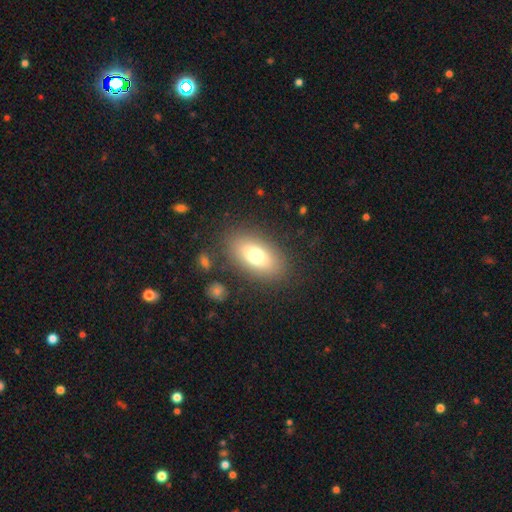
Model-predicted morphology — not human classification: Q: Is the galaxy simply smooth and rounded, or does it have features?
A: smooth — 72%.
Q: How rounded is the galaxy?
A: in between — 87%.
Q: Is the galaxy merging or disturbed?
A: none — 84%.